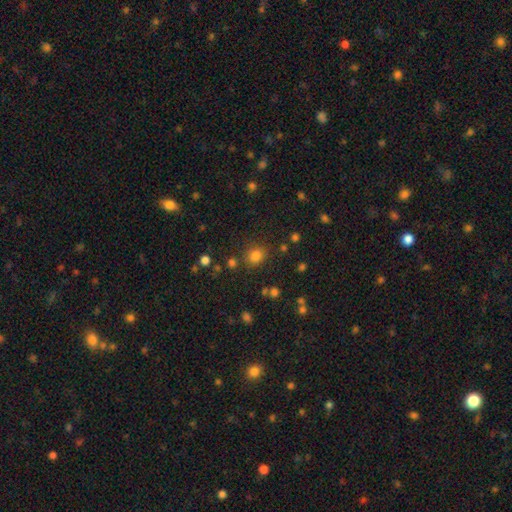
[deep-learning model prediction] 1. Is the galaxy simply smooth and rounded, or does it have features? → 79% smooth, 16% star or artifact, 5% featured or disk.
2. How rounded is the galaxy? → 69% round, 30% in between, 1% cigar-shaped.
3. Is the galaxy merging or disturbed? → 81% none, 10% minor disturbance, 5% merger, 4% major disturbance.